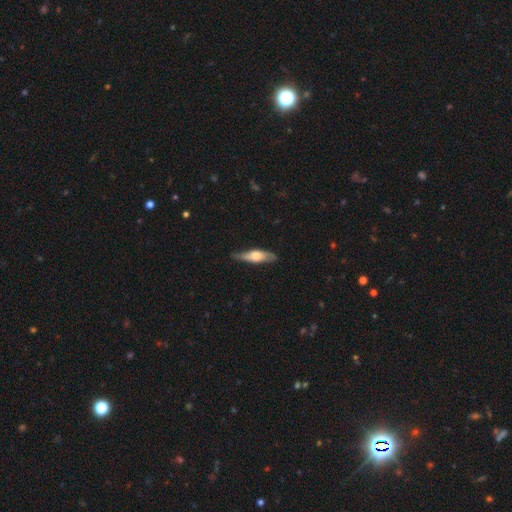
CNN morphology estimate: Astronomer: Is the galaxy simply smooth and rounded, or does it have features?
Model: featured or disk — 51% (runner-up: smooth, 44%).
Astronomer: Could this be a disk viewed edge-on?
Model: yes — 82%.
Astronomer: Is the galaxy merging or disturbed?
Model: none — 77%.